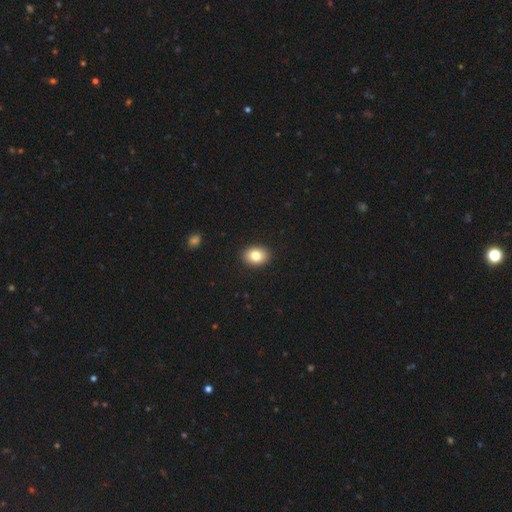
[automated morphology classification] Smooth or featured: smooth — 82% (featured or disk — 9%)
How rounded: in between — 62% (round — 37%)
Merging: none — 91% (minor disturbance — 6%)